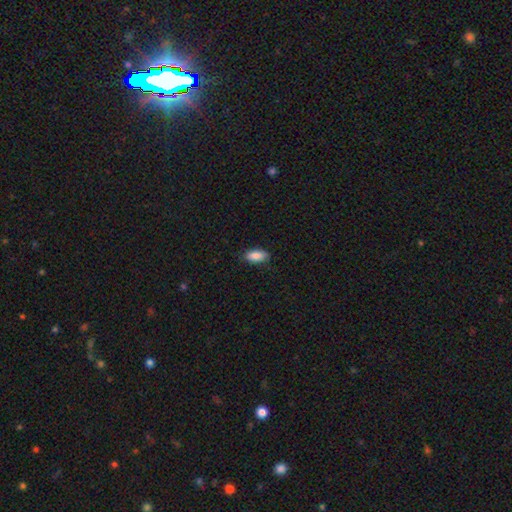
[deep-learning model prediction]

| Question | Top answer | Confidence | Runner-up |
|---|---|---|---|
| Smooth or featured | smooth | 87% | star or artifact (7%) |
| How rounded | in between | 89% | cigar-shaped (8%) |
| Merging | none | 82% | minor disturbance (15%) |